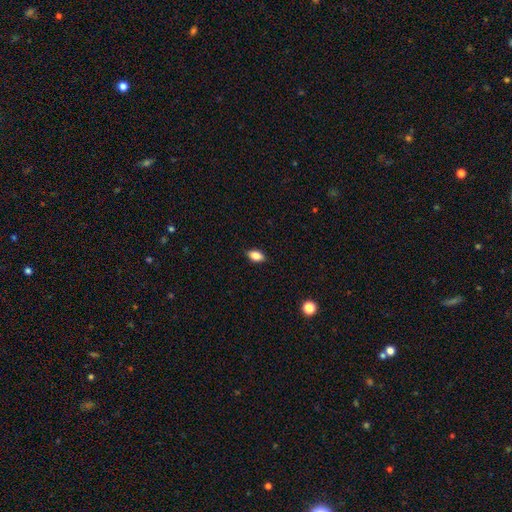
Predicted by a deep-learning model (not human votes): This appears to be a smooth galaxy with no disk features (83%) that is in between round and cigar-shaped (88%). Merging: none (87%).